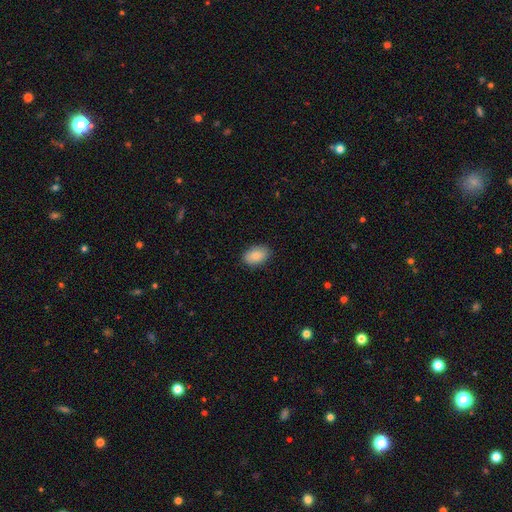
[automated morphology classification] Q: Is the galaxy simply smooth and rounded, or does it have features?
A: smooth — 87%.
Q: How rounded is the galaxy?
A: in between — 89%.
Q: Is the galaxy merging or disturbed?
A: none — 87%.